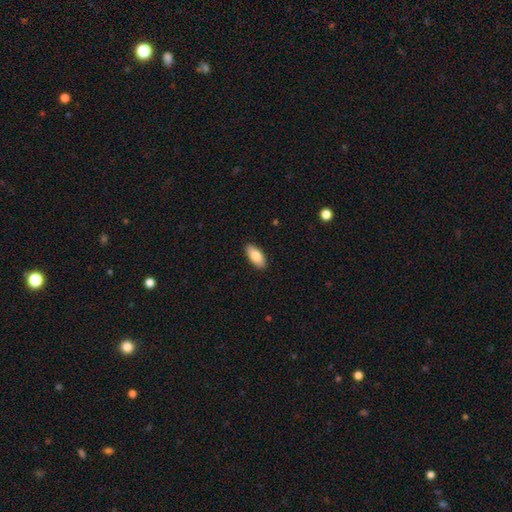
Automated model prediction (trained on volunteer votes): Overall: smooth (83%). How rounded: in between (89%). Merging: none (89%).